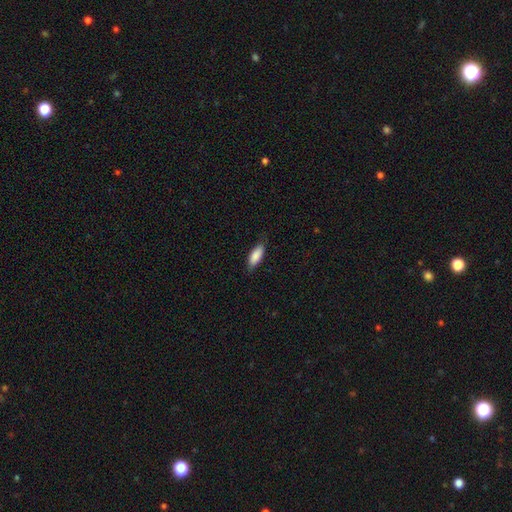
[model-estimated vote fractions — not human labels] This is clearly a smooth galaxy (87%). How rounded: likely in between (73%). Merging: clearly none (80%).